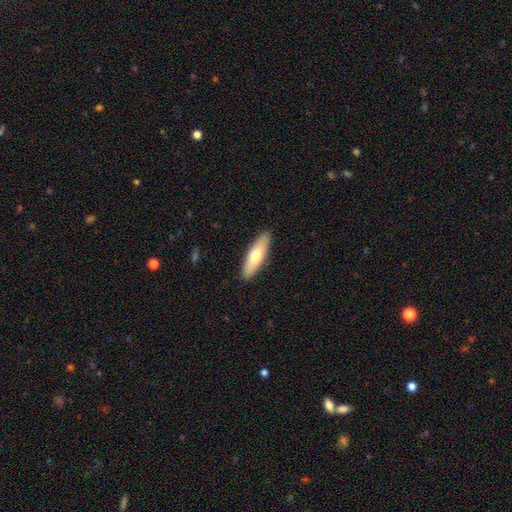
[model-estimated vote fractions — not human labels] A smooth galaxy with no disk features (66%) that is cigar-shaped (56%).

Vote fractions:
- Smooth or featured? smooth: 66% / featured or disk: 29% / star or artifact: 5%
- How rounded? cigar-shaped: 56% / in between: 42% / round: 2%
- Merging? none: 90% / minor disturbance: 8% / major disturbance: 2% / merger: 1%